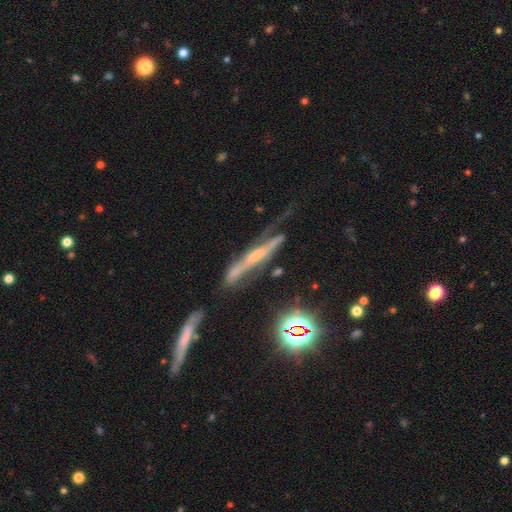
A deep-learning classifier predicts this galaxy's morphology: Smooth or featured?
  - featured or disk: 64% *
  - smooth: 18%
  - star or artifact: 17%
Edge-on disk?
  - yes: 74% *
  - no: 26%
Merging?
  - none: 40% *
  - minor disturbance: 26%
  - major disturbance: 24%
  - merger: 10%